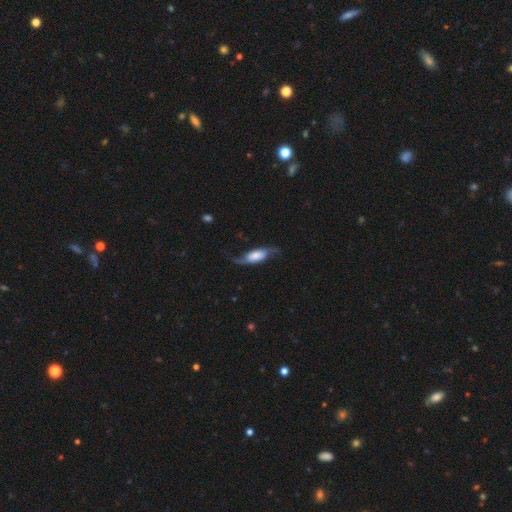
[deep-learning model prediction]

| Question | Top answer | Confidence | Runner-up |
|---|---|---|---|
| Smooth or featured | featured or disk | 67% | smooth (26%) |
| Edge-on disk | no | 82% | yes (18%) |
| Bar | no | 50% | weak (32%) |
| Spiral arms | yes | 92% | no (8%) |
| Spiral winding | loose | 78% | medium (17%) |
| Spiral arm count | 2 | 92% | can't tell (3%) |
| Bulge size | large | 32% | moderate (19%) |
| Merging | none | 64% | minor disturbance (21%) |